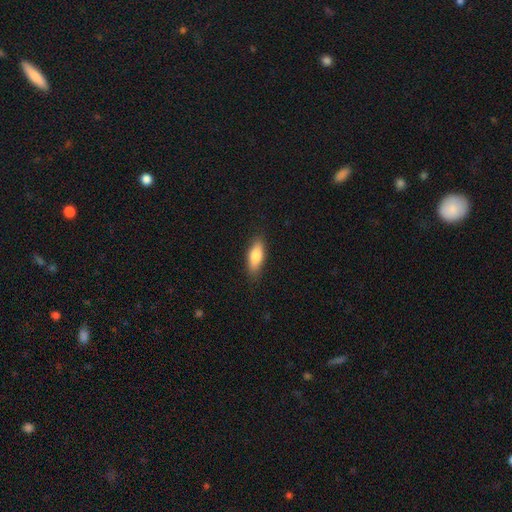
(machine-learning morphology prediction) This is likely a smooth galaxy (79%). How rounded: likely in between (71%). Merging: clearly none (85%).